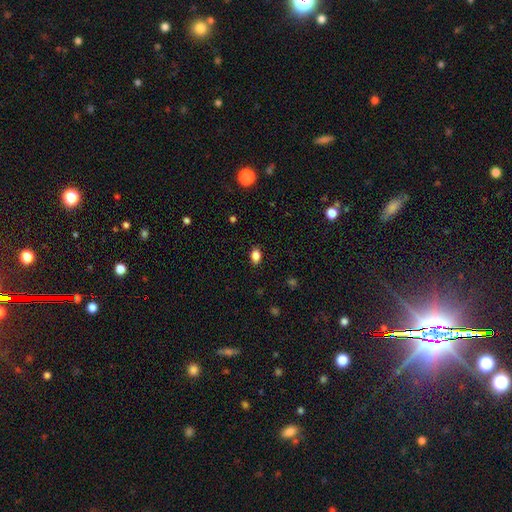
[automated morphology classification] A smooth galaxy with no disk features (84%) that is in between round and cigar-shaped (82%).

Vote fractions:
- Smooth or featured? smooth: 84% / star or artifact: 10% / featured or disk: 6%
- How rounded? in between: 82% / round: 16% / cigar-shaped: 2%
- Merging? none: 87% / minor disturbance: 10% / major disturbance: 2% / merger: 1%